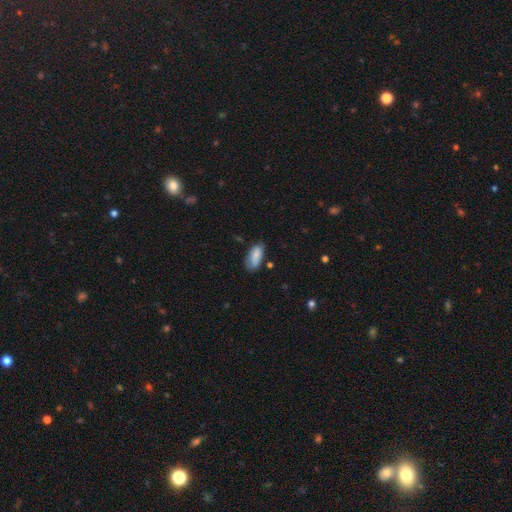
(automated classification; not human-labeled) This is clearly a smooth galaxy (81%). How rounded: clearly in between (89%). Merging: likely none (65%).